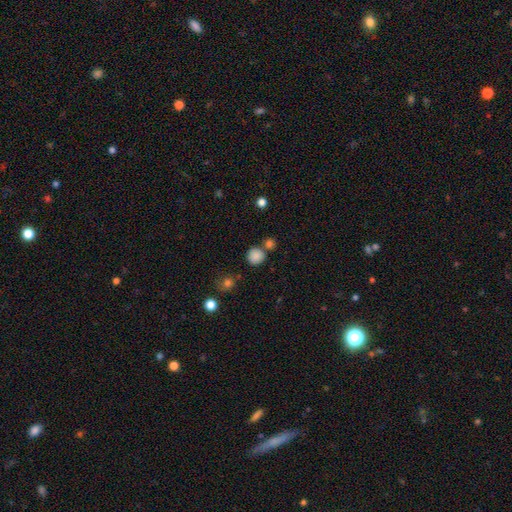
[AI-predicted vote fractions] A smooth galaxy with no disk features (84%) that is round (91%).

Vote fractions:
- Smooth or featured? smooth: 84% / star or artifact: 11% / featured or disk: 5%
- How rounded? round: 91% / in between: 8% / cigar-shaped: 1%
- Merging? none: 71% / merger: 16% / minor disturbance: 9% / major disturbance: 3%